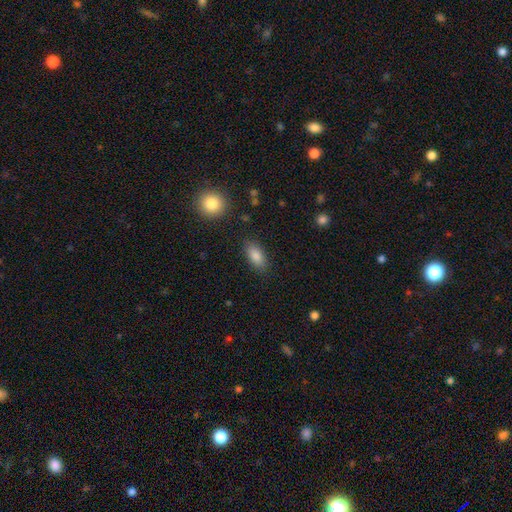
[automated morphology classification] Smooth or featured? Predicted: smooth (p=0.85). How rounded? Predicted: in between (p=0.88). Merging? Predicted: none (p=0.85).